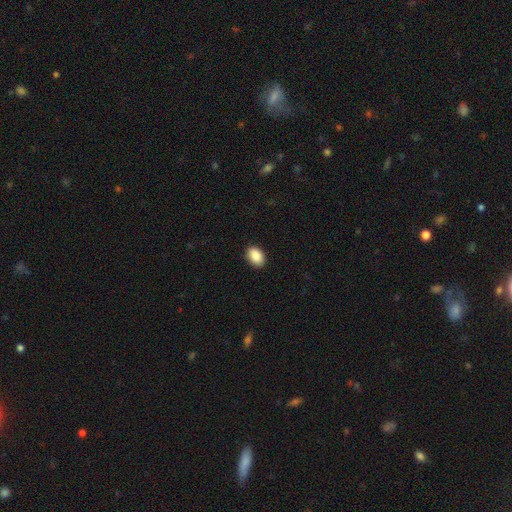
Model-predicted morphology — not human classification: This is clearly a smooth galaxy (89%). How rounded: clearly in between (83%). Merging: clearly none (90%).